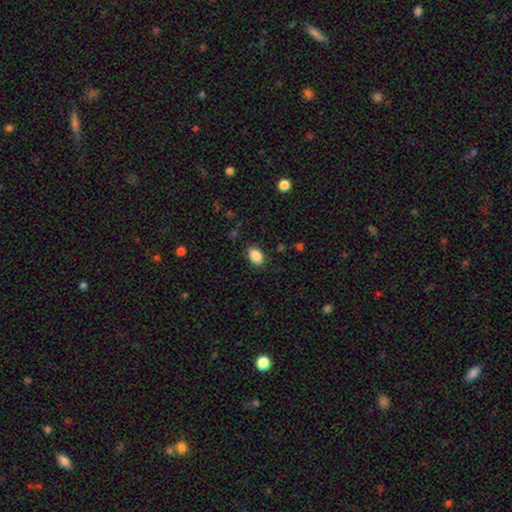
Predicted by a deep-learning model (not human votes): Morphology: type=smooth (88%); roundness=in between (83%); merging=none (85%).